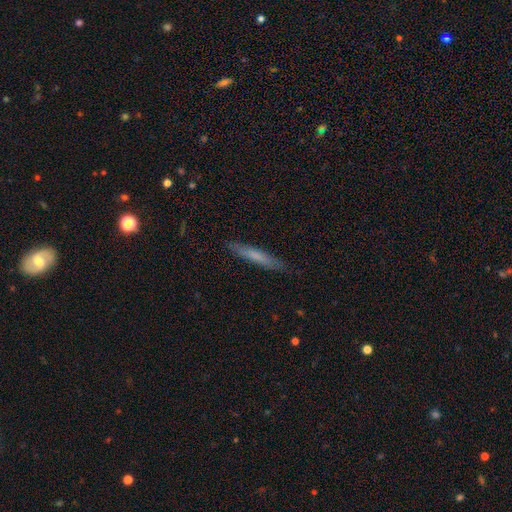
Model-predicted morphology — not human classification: This is likely a smooth galaxy (64%). How rounded: clearly cigar-shaped (94%). Merging: clearly none (88%).